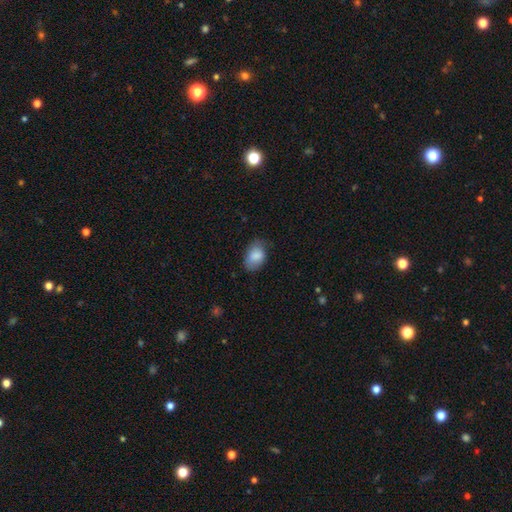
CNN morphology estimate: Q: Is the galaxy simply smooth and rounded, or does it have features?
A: smooth — 84%.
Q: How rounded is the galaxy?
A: in between — 85%.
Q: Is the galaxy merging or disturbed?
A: none — 65%.